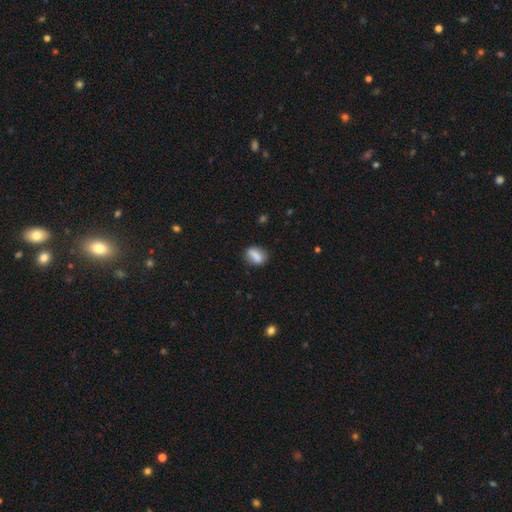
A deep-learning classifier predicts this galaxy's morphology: Smooth or featured? smooth (78%)
How rounded? in between (68%)
Merging? none (76%)